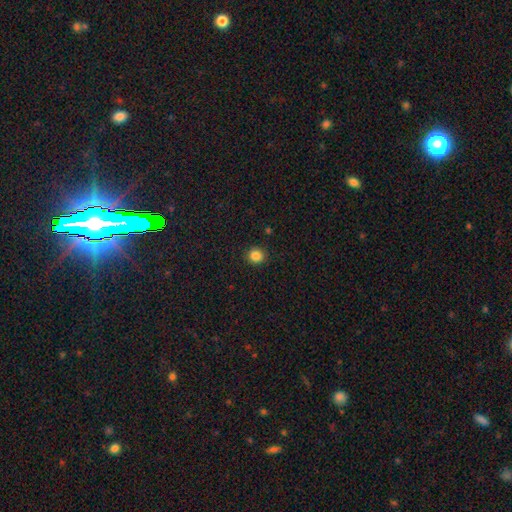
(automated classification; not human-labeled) Overall: smooth (85%). How rounded: round (91%). Merging: none (92%).